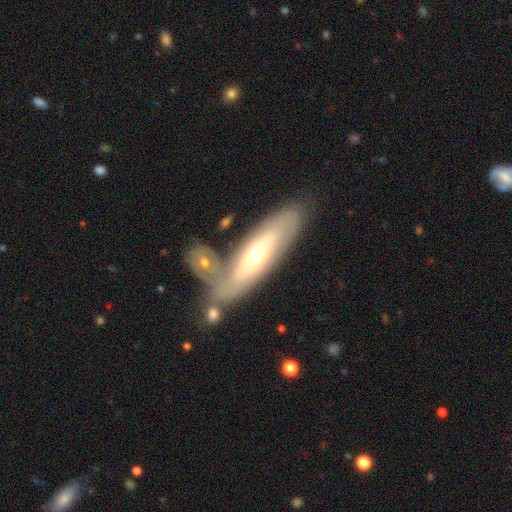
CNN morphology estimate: Q: Smooth or featured?
A: featured or disk (55%); runner-up: smooth (39%)
Q: Edge-on disk?
A: no (61%); runner-up: yes (39%)
Q: Merging?
A: none (53%); runner-up: merger (25%)